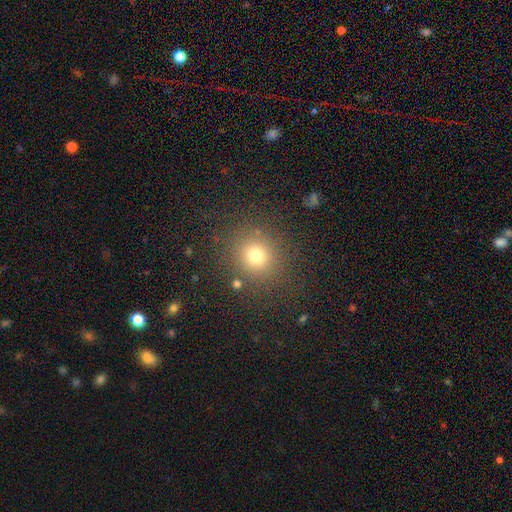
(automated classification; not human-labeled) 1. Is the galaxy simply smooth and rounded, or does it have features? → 73% smooth, 18% star or artifact, 8% featured or disk.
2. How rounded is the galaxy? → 89% round, 11% in between, 1% cigar-shaped.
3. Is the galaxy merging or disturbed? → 85% none, 8% minor disturbance, 4% major disturbance, 3% merger.